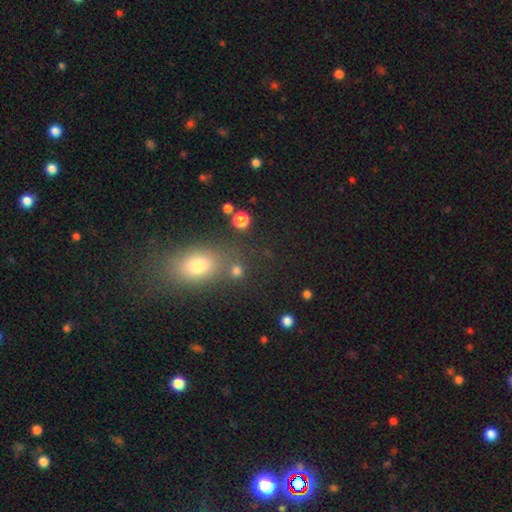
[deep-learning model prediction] Overall: smooth (65%). How rounded: in between (64%; round 31%). Merging: none (73%).